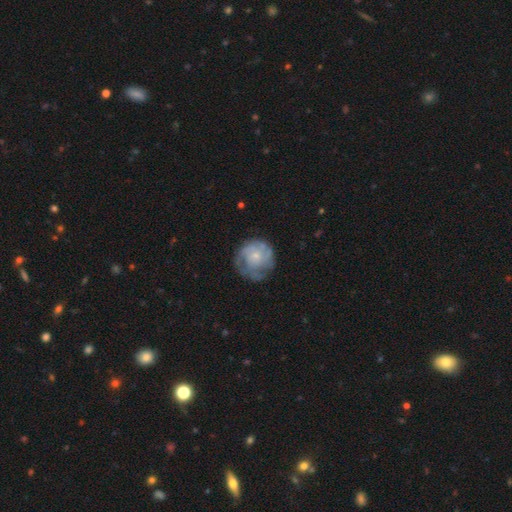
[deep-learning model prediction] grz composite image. It shows a featured or disk galaxy (61%) with no bar (82%), spiral arms (76%) and a small central bulge (61%). Merging: none (65%).